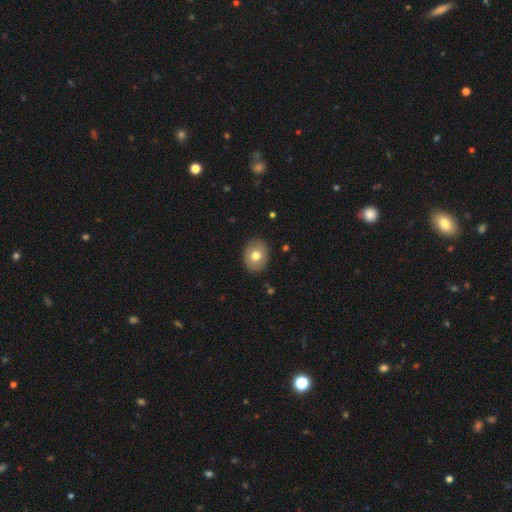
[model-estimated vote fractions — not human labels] smooth_or_featured: smooth (p=0.73) [alt: featured or disk p=0.20]
how_rounded: in between (p=0.54) [alt: round p=0.45]
merging: none (p=0.89) [alt: minor disturbance p=0.08]